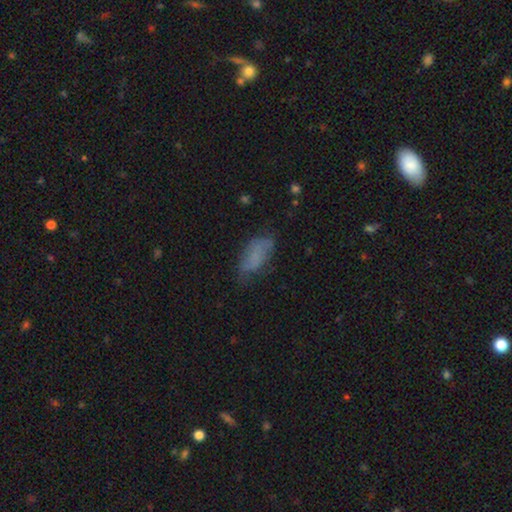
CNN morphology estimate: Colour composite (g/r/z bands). It shows a smooth galaxy with no disk features (68%) that is in between round and cigar-shaped (86%). Merging: none (55%).